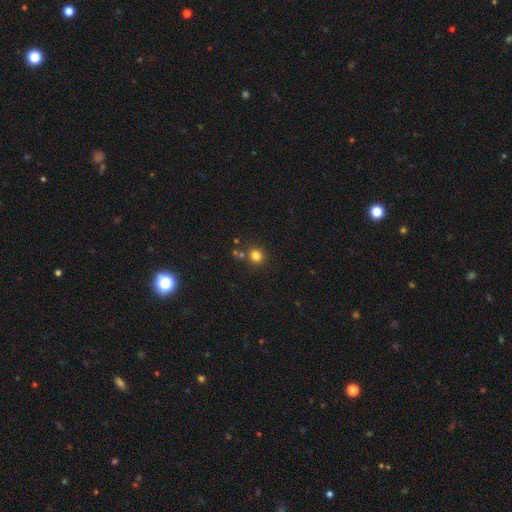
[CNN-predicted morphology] The model was most divided on "smooth or featured": smooth: 81%, star or artifact: 14%, featured or disk: 5%. More confident: how rounded — round (86%); merging — none (79%).